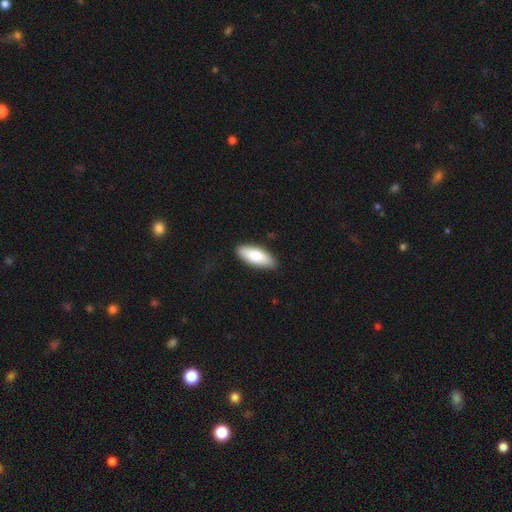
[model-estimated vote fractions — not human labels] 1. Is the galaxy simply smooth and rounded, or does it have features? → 78% smooth, 17% featured or disk, 5% star or artifact.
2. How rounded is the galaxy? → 76% in between, 22% cigar-shaped, 2% round.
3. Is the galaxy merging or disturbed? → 89% none, 9% minor disturbance, 2% major disturbance, 1% merger.